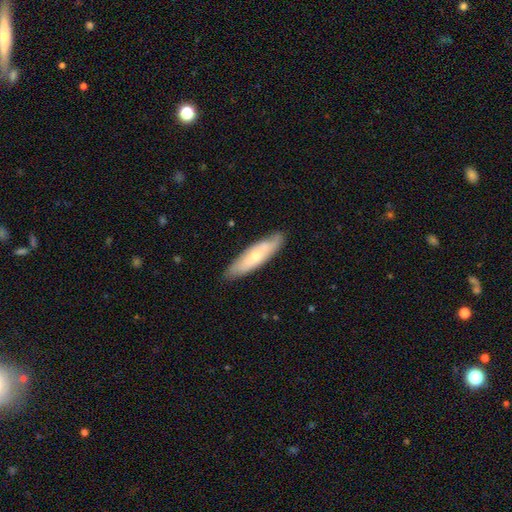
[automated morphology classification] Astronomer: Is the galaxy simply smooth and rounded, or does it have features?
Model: smooth — 52% (runner-up: featured or disk, 42%).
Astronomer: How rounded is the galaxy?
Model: cigar-shaped — 64%.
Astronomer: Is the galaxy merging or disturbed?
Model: none — 83%.